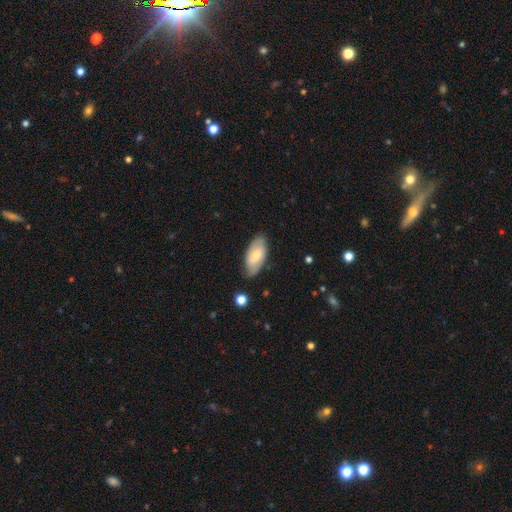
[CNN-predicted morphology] Smooth or featured?
  - smooth: 52% *
  - featured or disk: 42%
  - star or artifact: 6%
How rounded?
  - in between: 91% *
  - cigar-shaped: 6%
  - round: 3%
Merging?
  - none: 79% *
  - minor disturbance: 16%
  - major disturbance: 3%
  - merger: 1%